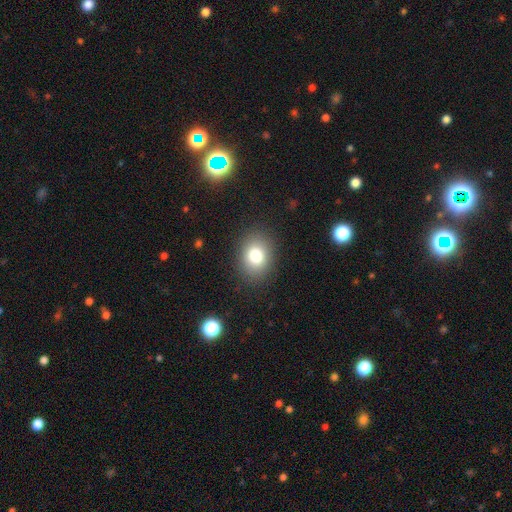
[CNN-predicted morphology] Q: Smooth or featured?
A: smooth (79%); runner-up: star or artifact (11%)
Q: How rounded?
A: in between (55%); runner-up: round (44%)
Q: Merging?
A: none (87%); runner-up: minor disturbance (9%)